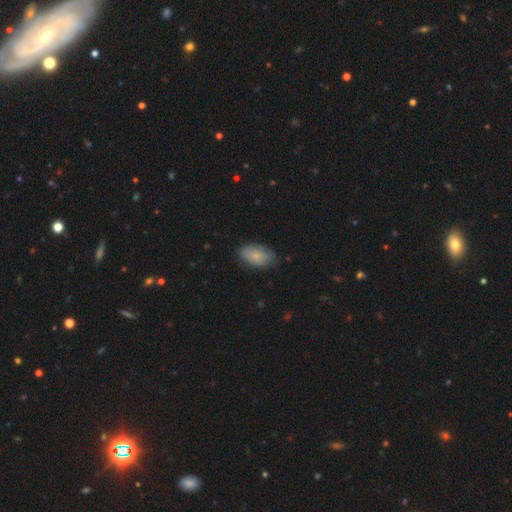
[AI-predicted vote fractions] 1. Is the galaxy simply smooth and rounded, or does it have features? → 81% smooth, 13% featured or disk, 6% star or artifact.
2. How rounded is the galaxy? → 93% in between, 6% round, 2% cigar-shaped.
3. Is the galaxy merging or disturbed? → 76% none, 19% minor disturbance, 4% major disturbance, 1% merger.